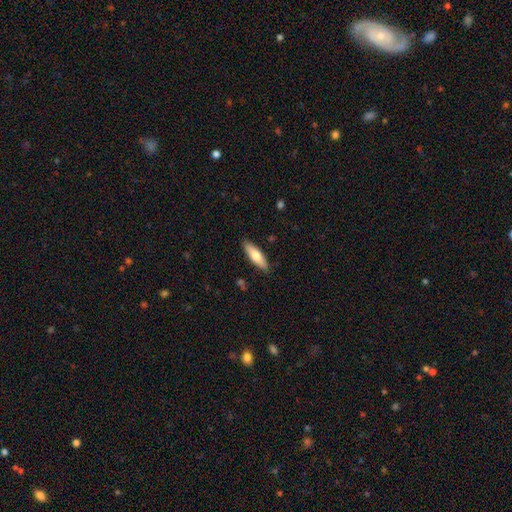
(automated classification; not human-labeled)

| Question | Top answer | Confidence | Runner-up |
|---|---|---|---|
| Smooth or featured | smooth | 67% | featured or disk (27%) |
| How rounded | cigar-shaped | 52% | in between (46%) |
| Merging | none | 88% | minor disturbance (9%) |